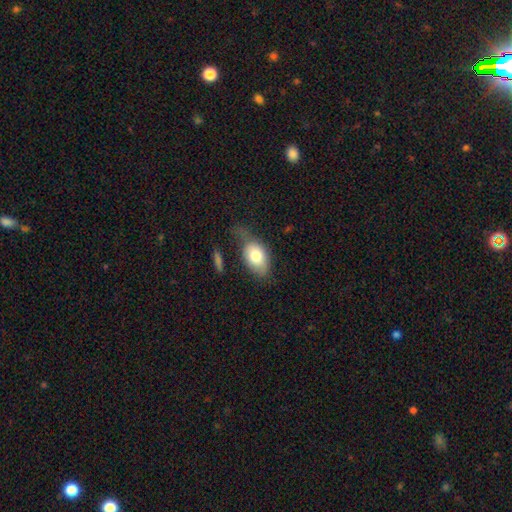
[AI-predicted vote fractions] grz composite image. It shows a smooth galaxy with no disk features (77%) that is in between round and cigar-shaped (88%). Merging: none (42%).